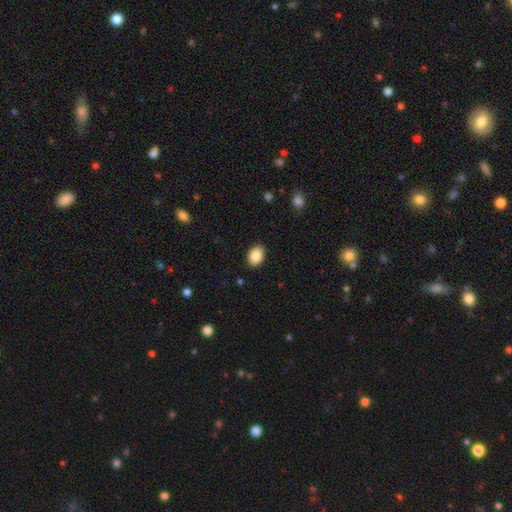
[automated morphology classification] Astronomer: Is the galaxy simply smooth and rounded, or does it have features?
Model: smooth — 88%.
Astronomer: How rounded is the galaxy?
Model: in between — 74%.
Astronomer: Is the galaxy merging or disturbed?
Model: none — 89%.